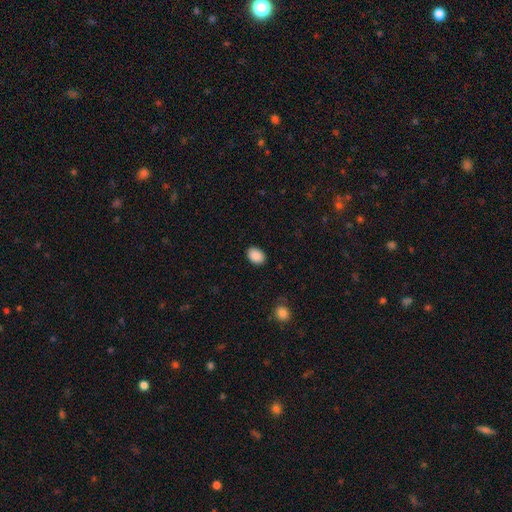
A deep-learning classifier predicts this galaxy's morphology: A smooth galaxy with no disk features (89%) that is in between round and cigar-shaped (76%). Merging: none (88%).